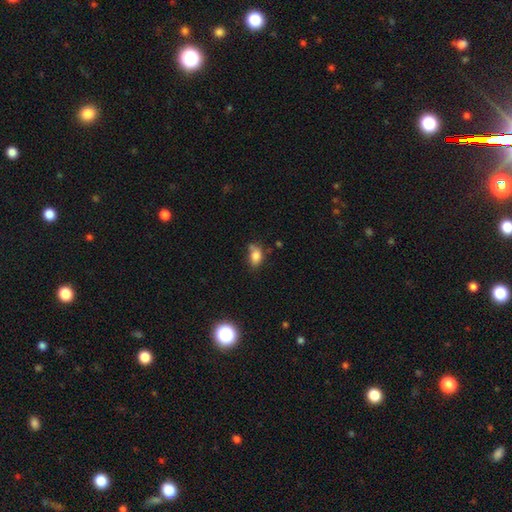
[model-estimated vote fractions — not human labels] Q: Smooth or featured?
A: smooth (81%); runner-up: star or artifact (11%)
Q: How rounded?
A: in between (81%); runner-up: round (17%)
Q: Merging?
A: none (49%); runner-up: minor disturbance (31%)